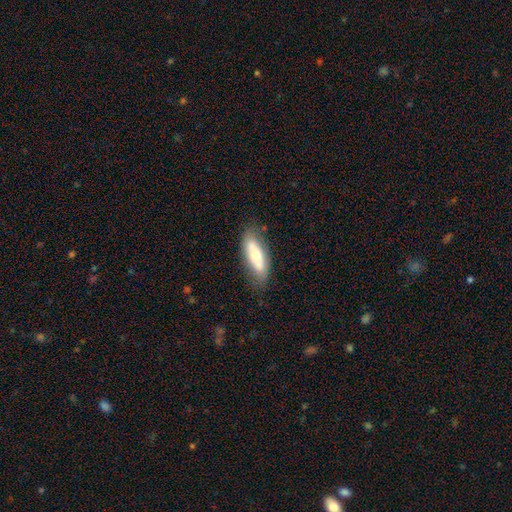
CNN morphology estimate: Q: Smooth or featured?
A: smooth (58%); runner-up: featured or disk (36%)
Q: How rounded?
A: in between (66%); runner-up: cigar-shaped (31%)
Q: Merging?
A: none (74%); runner-up: minor disturbance (18%)